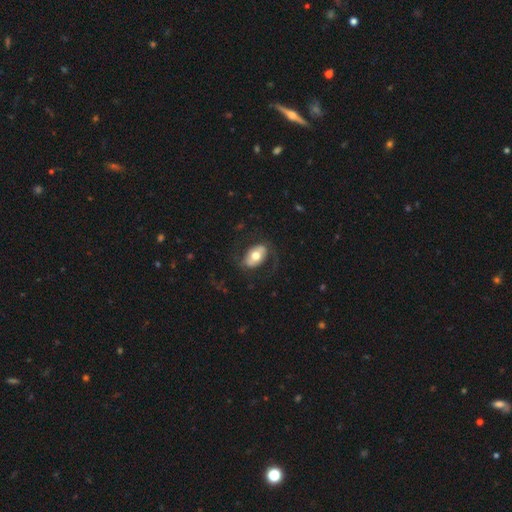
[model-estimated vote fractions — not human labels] Overall: smooth (52%; featured or disk 42%). How rounded: in between (88%). Merging: none (72%).